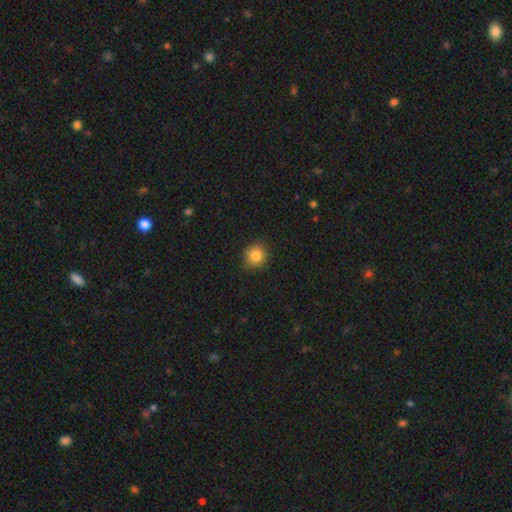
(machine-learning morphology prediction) Overall: smooth (84%). How rounded: round (87%). Merging: none (88%).